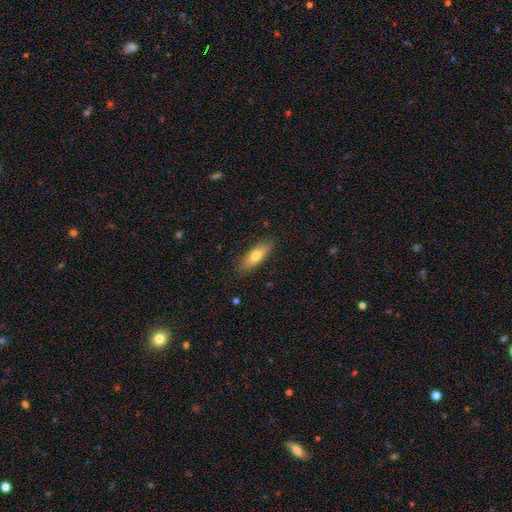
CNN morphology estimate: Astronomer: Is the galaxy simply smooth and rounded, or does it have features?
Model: smooth — 69%.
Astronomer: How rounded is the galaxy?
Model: in between — 54% (runner-up: cigar-shaped, 44%).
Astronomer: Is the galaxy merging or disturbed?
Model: none — 87%.